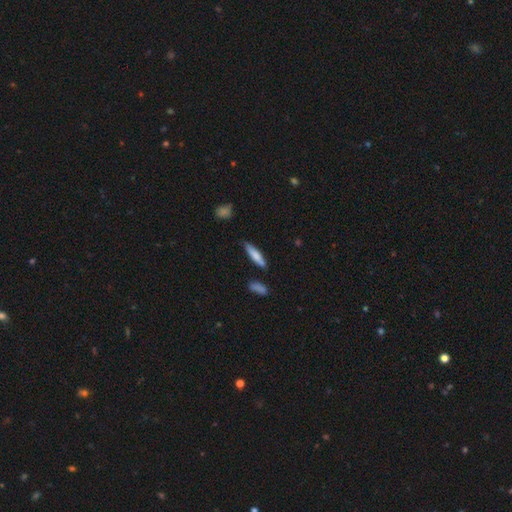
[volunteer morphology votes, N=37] Overall: smooth (70%). How rounded: cigar-shaped (69%). Merging: none (75%).